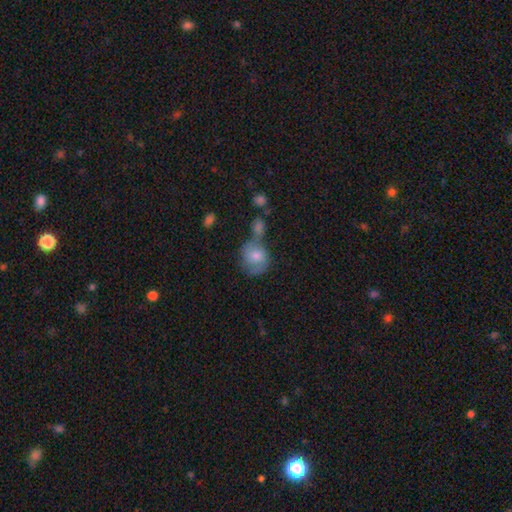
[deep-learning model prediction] A smooth galaxy with no disk features (60%) that is round (72%).

Vote fractions:
- Smooth or featured? smooth: 60% / featured or disk: 30% / star or artifact: 10%
- How rounded? round: 72% / in between: 26% / cigar-shaped: 1%
- Merging? none: 42% / merger: 27% / minor disturbance: 20% / major disturbance: 11%